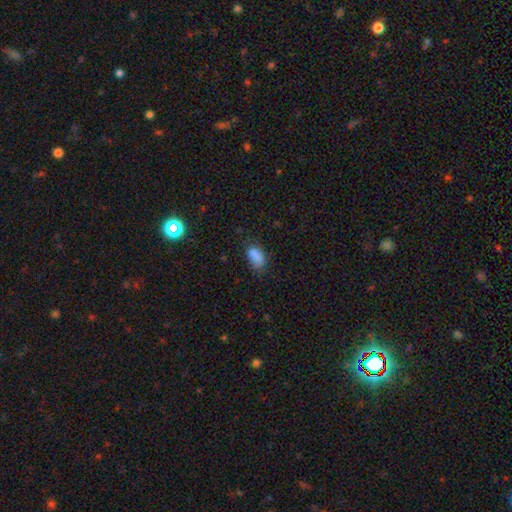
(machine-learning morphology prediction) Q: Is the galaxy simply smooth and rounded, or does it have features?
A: smooth — 82%.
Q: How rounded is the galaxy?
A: in between — 89%.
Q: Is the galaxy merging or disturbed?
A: none — 55%.